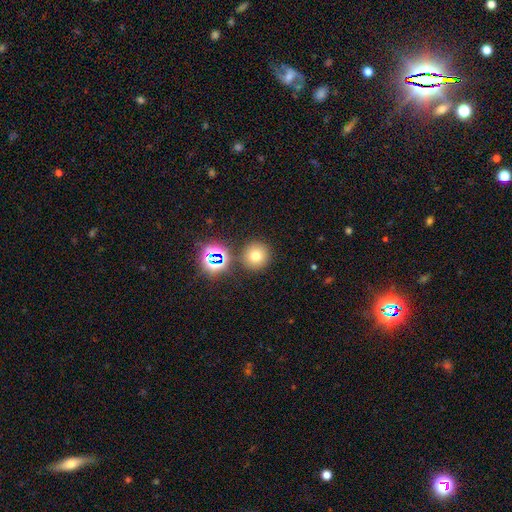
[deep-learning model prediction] This appears to be a smooth galaxy with no disk features (68%) that is round (94%). Merging: none (84%).